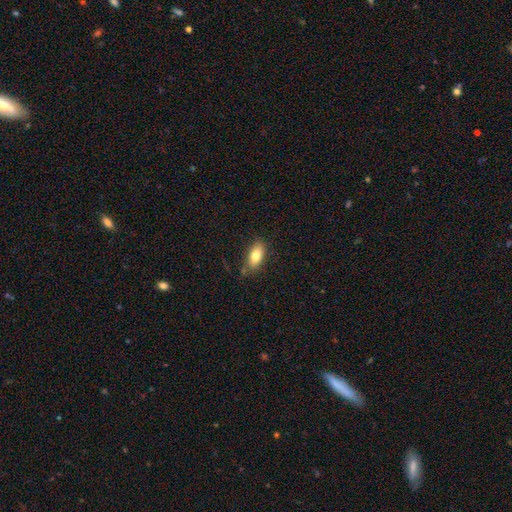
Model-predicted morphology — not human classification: This is likely a smooth galaxy (78%). How rounded: clearly in between (87%). Merging: likely none (76%).